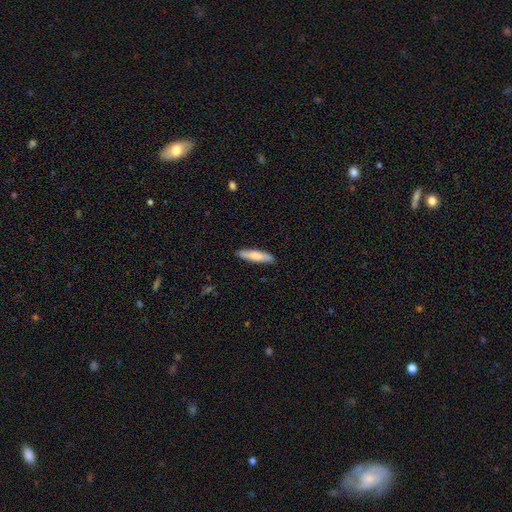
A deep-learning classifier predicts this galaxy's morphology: Q: Smooth or featured?
A: smooth (71%); runner-up: featured or disk (24%)
Q: How rounded?
A: cigar-shaped (80%); runner-up: in between (19%)
Q: Merging?
A: none (89%); runner-up: minor disturbance (9%)